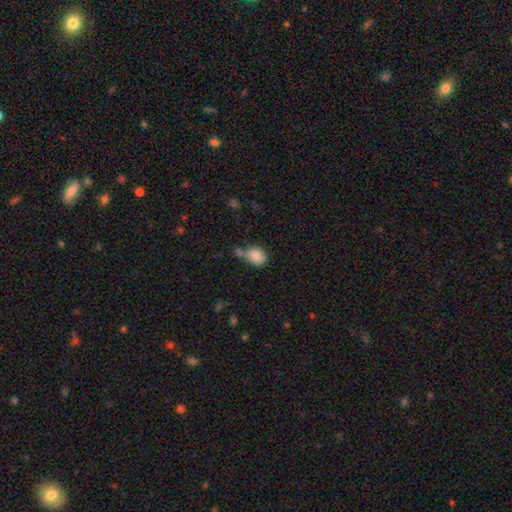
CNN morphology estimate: A smooth galaxy with no disk features (83%) that is in between round and cigar-shaped (52%).

Vote fractions:
- Smooth or featured? smooth: 83% / star or artifact: 9% / featured or disk: 8%
- How rounded? in between: 52% / round: 47% / cigar-shaped: 1%
- Merging? none: 45% / merger: 31% / minor disturbance: 18% / major disturbance: 6%